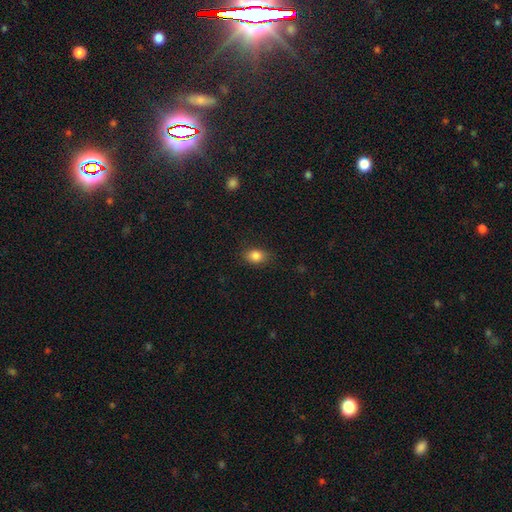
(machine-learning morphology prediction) The model was most divided on "how rounded": in between: 70%, round: 29%, cigar-shaped: 1%. More confident: smooth or featured — smooth (84%); merging — none (84%).